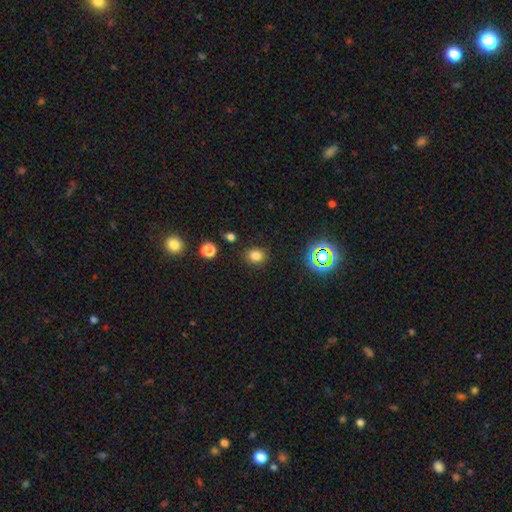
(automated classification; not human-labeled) Smooth or featured? Predicted: smooth (p=0.77). How rounded? Predicted: round (p=0.65). Merging? Predicted: none (p=0.85).